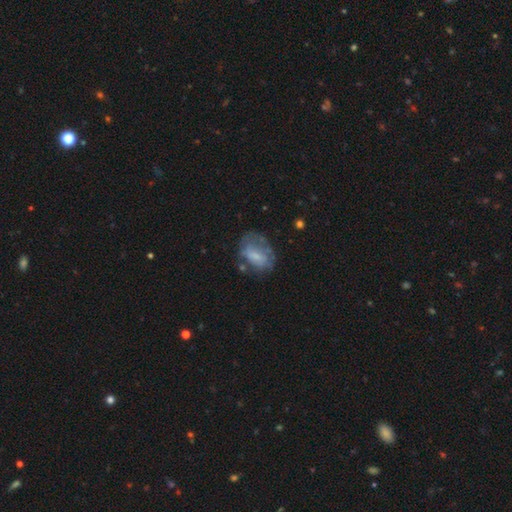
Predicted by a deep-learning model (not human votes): Smooth or featured? Predicted: smooth (p=0.53). How rounded? Predicted: in between (p=0.77). Merging? Predicted: none (p=0.44).